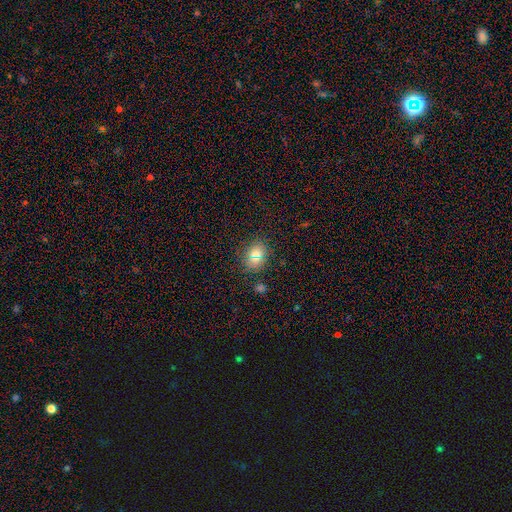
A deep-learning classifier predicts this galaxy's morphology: Overall: smooth (72%). How rounded: round (51%; in between 47%). Merging: none (84%).